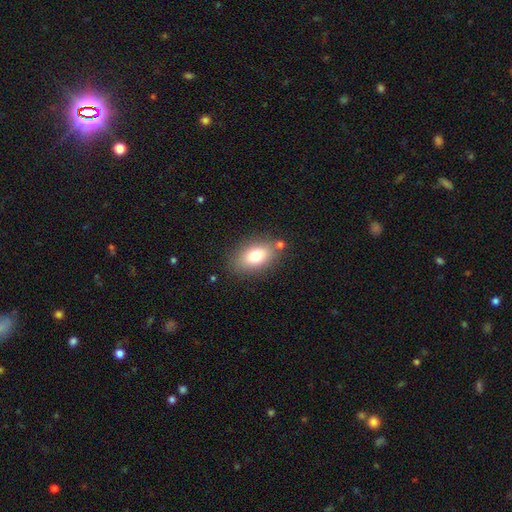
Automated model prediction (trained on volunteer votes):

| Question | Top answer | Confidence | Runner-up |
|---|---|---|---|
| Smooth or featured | smooth | 77% | featured or disk (14%) |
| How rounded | in between | 87% | round (10%) |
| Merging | none | 78% | minor disturbance (12%) |